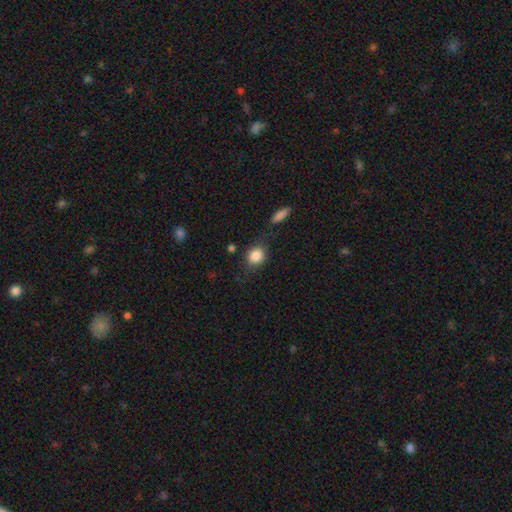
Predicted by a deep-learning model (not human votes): This appears to be a smooth galaxy with no disk features (85%) that is round (65%). Merging: none (71%).